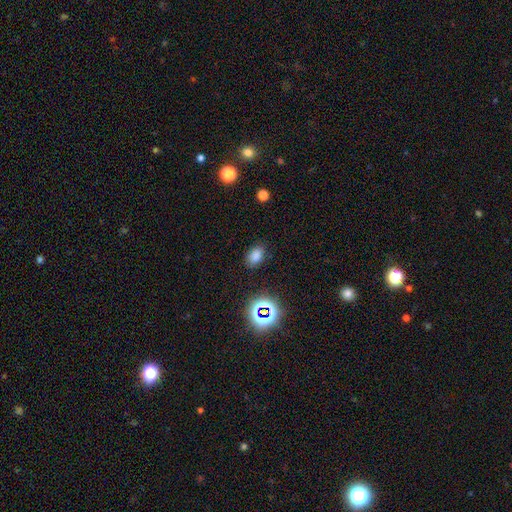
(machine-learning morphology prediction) Overall: smooth (76%). How rounded: in between (81%). Merging: none (84%).